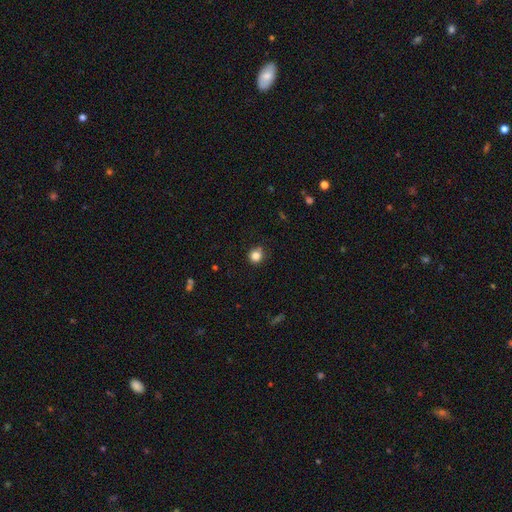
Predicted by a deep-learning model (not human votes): This is clearly a smooth galaxy (84%). How rounded: clearly round (90%). Merging: clearly none (84%).